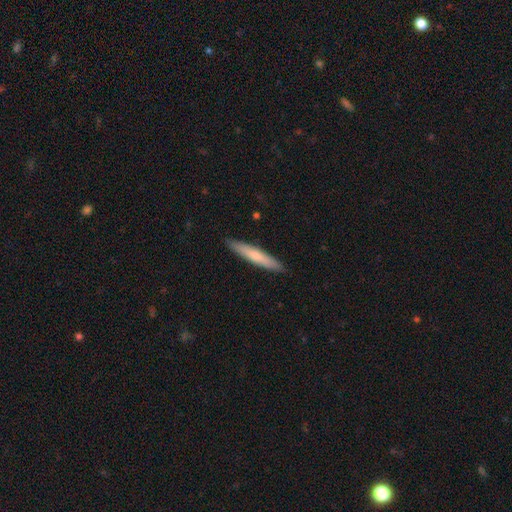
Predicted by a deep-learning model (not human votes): This is likely a smooth galaxy (68%). How rounded: clearly cigar-shaped (92%). Merging: clearly none (91%).